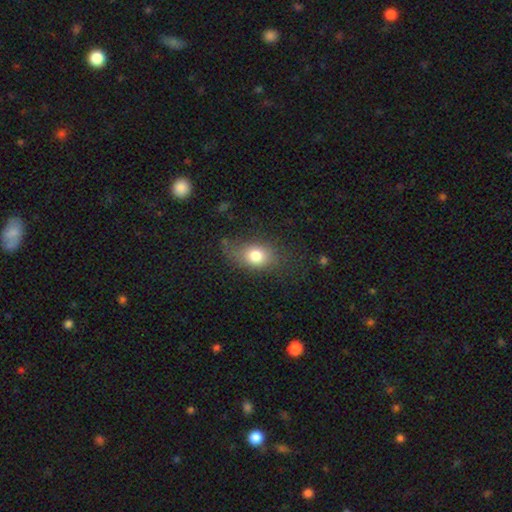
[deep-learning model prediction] Overall: smooth (78%). How rounded: in between (68%; round 30%). Merging: none (64%).